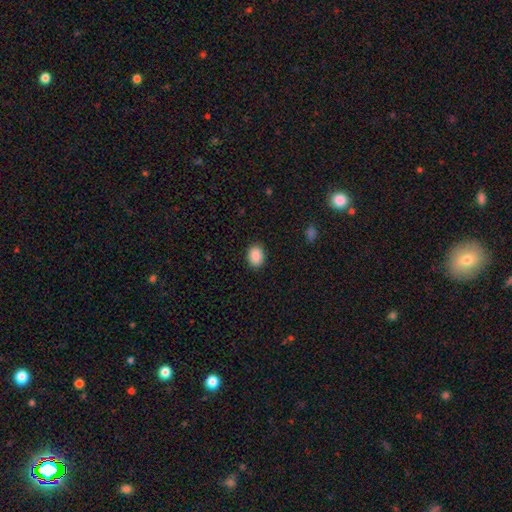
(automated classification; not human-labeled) Smooth or featured? smooth (90%)
How rounded? in between (67%)
Merging? none (89%)